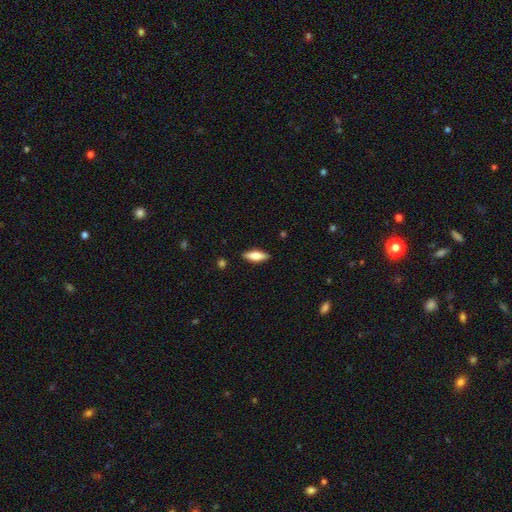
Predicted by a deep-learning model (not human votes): smooth_or_featured: smooth (p=0.68) [alt: featured or disk p=0.26]
how_rounded: in between (p=0.60) [alt: cigar-shaped p=0.38]
merging: none (p=0.88) [alt: minor disturbance p=0.09]